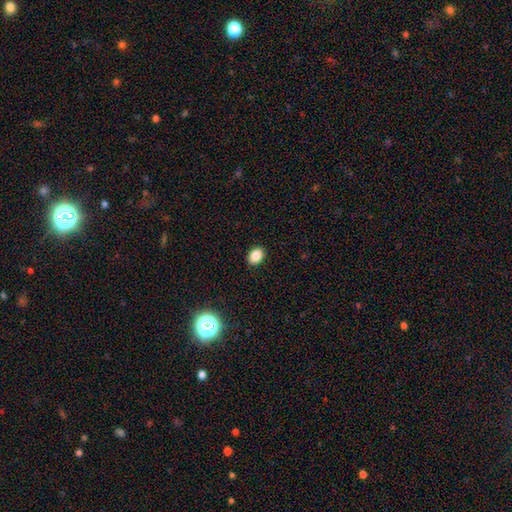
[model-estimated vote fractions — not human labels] Smooth or featured? smooth (86%)
How rounded? in between (69%)
Merging? none (90%)